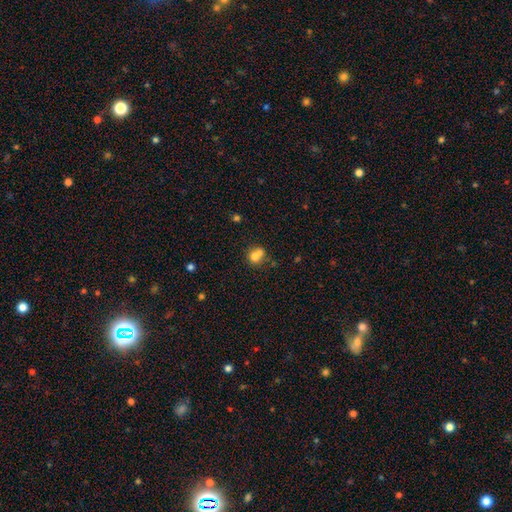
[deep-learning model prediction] Smooth or featured? smooth (71%)
How rounded? round (70%)
Merging? merger (53%)